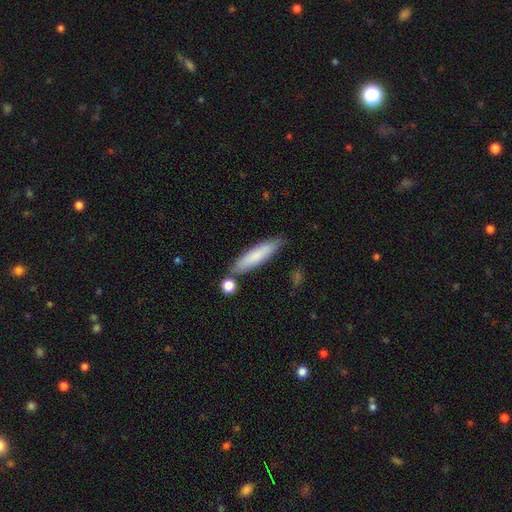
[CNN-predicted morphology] Overall: smooth (78%). How rounded: cigar-shaped (80%). Merging: none (77%).